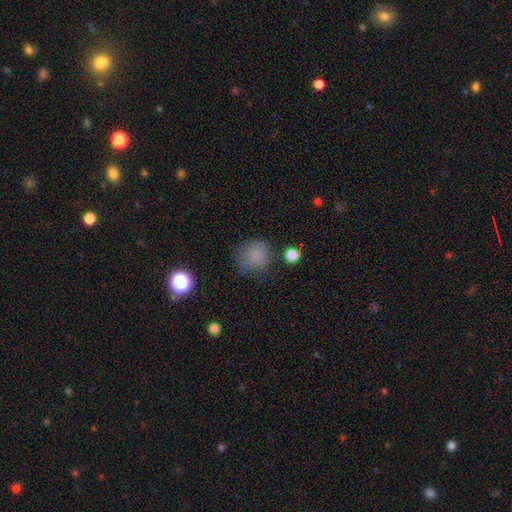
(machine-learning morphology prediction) smooth_or_featured: smooth (p=0.78) [alt: star or artifact p=0.13]
how_rounded: round (p=0.83) [alt: in between p=0.16]
merging: none (p=0.63) [alt: minor disturbance p=0.23]